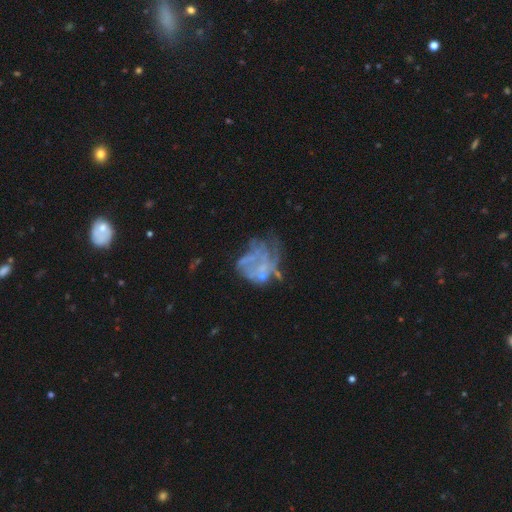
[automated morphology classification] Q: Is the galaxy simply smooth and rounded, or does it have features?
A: featured or disk — 66%.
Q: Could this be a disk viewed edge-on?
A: no — 98%.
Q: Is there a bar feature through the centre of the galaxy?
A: no — 88%.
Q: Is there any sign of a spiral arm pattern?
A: no — 74%.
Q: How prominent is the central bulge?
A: none — 72%.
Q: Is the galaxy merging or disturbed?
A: major disturbance — 40%.